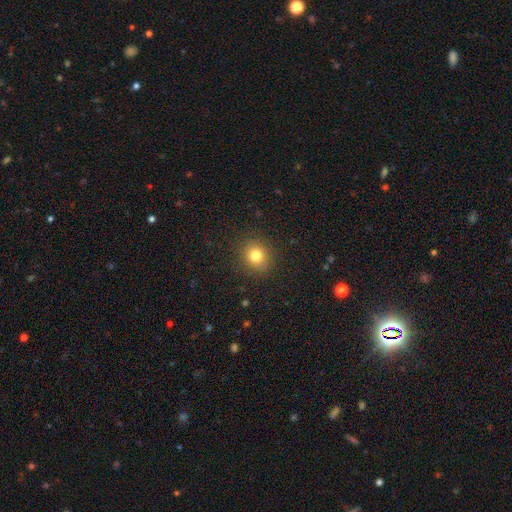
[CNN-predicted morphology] Smooth or featured? Predicted: smooth (p=0.80). How rounded? Predicted: round (p=0.87). Merging? Predicted: none (p=0.90).